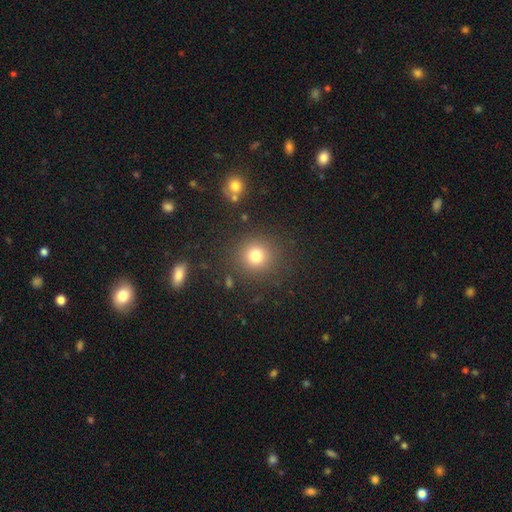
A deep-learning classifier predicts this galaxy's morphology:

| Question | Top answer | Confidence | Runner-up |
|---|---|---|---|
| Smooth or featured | smooth | 77% | star or artifact (15%) |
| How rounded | round | 91% | in between (8%) |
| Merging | none | 87% | minor disturbance (7%) |